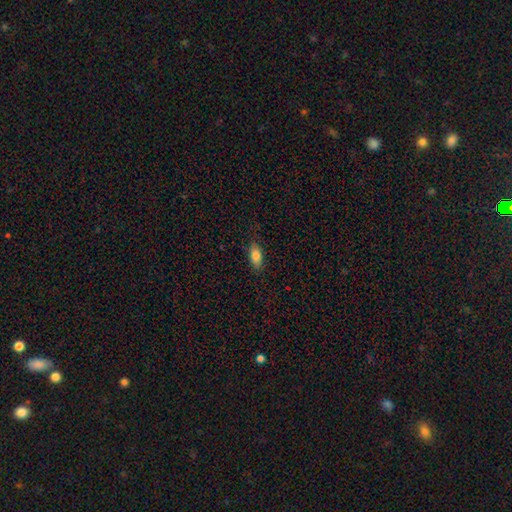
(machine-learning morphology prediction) A smooth galaxy with no disk features (82%) that is in between round and cigar-shaped (86%).

Vote fractions:
- Smooth or featured? smooth: 82% / featured or disk: 11% / star or artifact: 7%
- How rounded? in between: 86% / cigar-shaped: 11% / round: 3%
- Merging? none: 85% / minor disturbance: 12% / major disturbance: 2% / merger: 1%